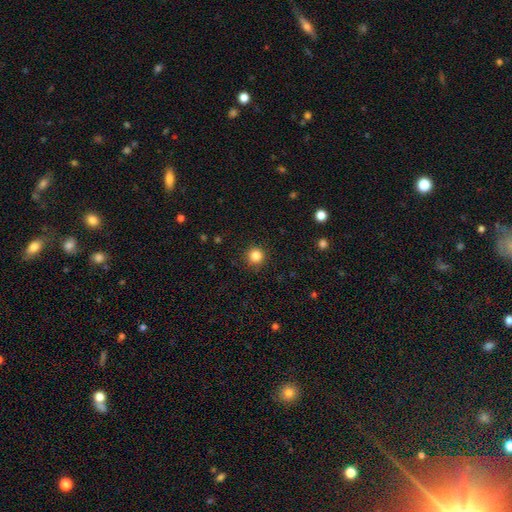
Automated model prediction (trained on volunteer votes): The model was most divided on "smooth or featured": smooth: 85%, star or artifact: 11%, featured or disk: 4%. More confident: how rounded — round (95%); merging — none (91%).